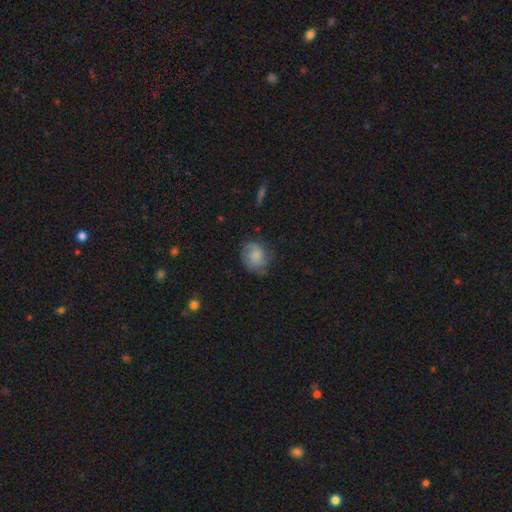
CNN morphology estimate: smooth_or_featured: smooth (p=0.48) [alt: featured or disk p=0.43]
merging: none (p=0.65) [alt: minor disturbance p=0.23]